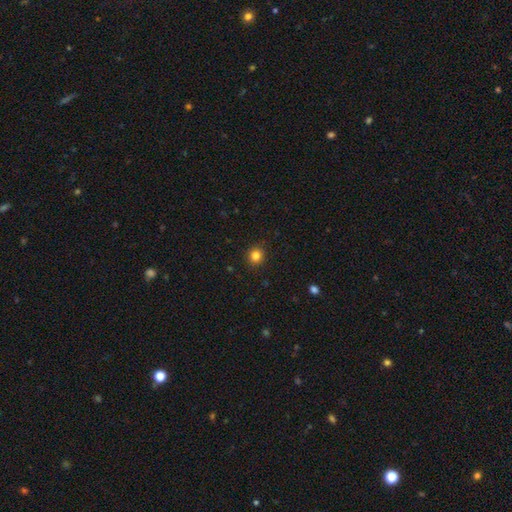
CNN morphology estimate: smooth_or_featured: smooth (p=0.83) [alt: star or artifact p=0.13]
how_rounded: round (p=0.87) [alt: in between p=0.12]
merging: none (p=0.91) [alt: minor disturbance p=0.06]